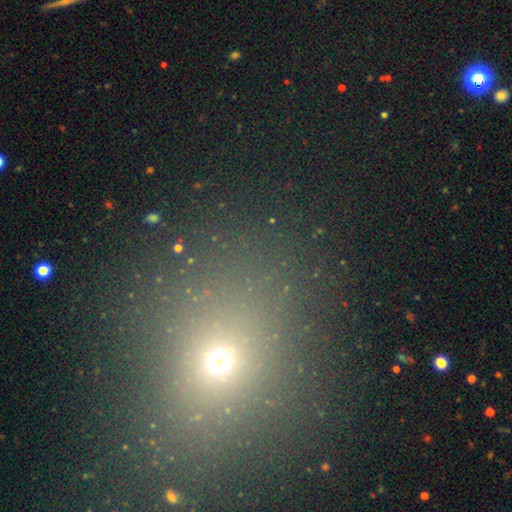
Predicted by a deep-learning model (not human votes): The model was most divided on "smooth or featured": star or artifact: 49%, smooth: 41%, featured or disk: 9%.